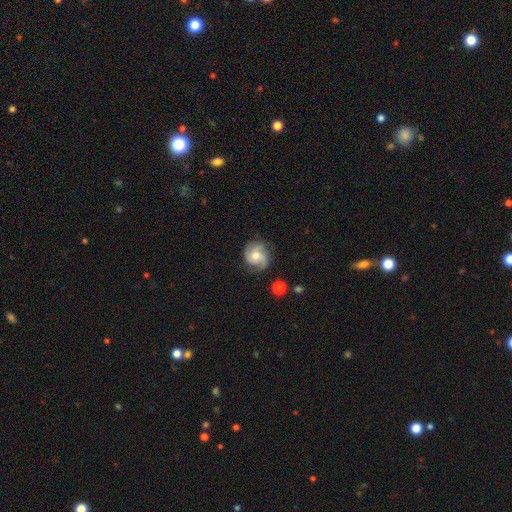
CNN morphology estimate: Smooth or featured?
  - featured or disk: 75% *
  - smooth: 18%
  - star or artifact: 7%
Edge-on disk?
  - no: 98% *
  - yes: 2%
Bar?
  - no: 69% *
  - weak: 27%
  - strong: 4%
Spiral arms?
  - yes: 96% *
  - no: 4%
Spiral winding?
  - medium: 46% *
  - tight: 36%
  - loose: 17%
Spiral arm count?
  - 3: 51% *
  - 2: 26%
  - can't tell: 11%
  - 4: 5%
  - 1: 4%
  - more than 4: 3%
Bulge size?
  - moderate: 59% *
  - small: 35%
  - large: 3%
  - none: 2%
  - dominant: 1%
Merging?
  - none: 76% *
  - minor disturbance: 17%
  - major disturbance: 5%
  - merger: 2%